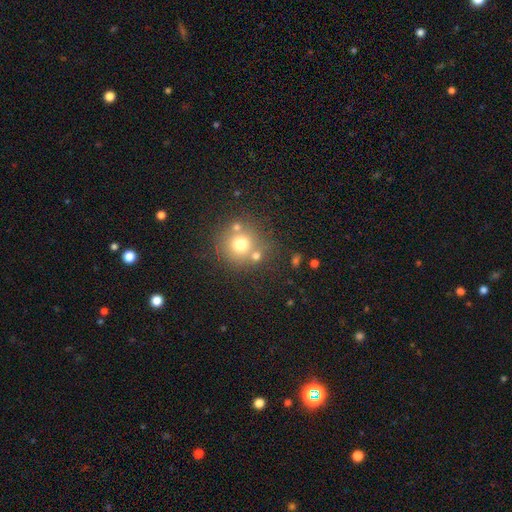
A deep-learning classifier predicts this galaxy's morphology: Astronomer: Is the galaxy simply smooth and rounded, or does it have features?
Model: smooth — 70%.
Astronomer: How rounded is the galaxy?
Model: round — 90%.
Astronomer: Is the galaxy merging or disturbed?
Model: none — 65%.